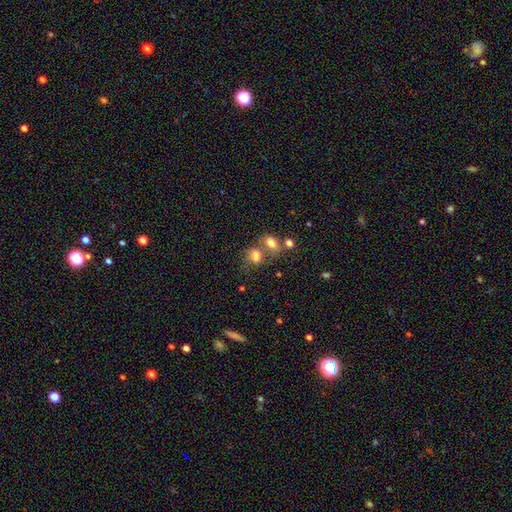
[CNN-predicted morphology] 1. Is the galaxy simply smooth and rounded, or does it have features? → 76% smooth, 12% featured or disk, 12% star or artifact.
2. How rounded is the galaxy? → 67% in between, 31% round, 2% cigar-shaped.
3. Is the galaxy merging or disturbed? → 48% merger, 32% none, 12% minor disturbance, 7% major disturbance.